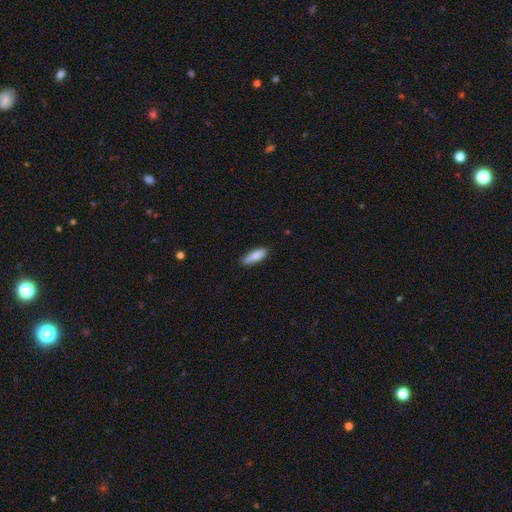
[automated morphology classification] The model was most divided on "how rounded": in between: 51%, cigar-shaped: 47%, round: 2%. More confident: smooth or featured — smooth (85%); merging — none (79%).